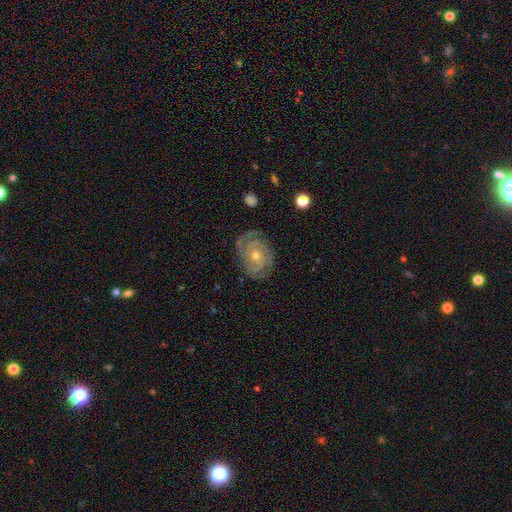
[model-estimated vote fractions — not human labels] This is clearly a featured or disk galaxy (86%). It is clearly not viewed edge-on (97%). Bar: likely no (73%). Spiral arm pattern: clearly yes (97%). Spiral arm count: marginally 2 (40%). Spiral winding: likely tight (75%). Central bulge: possibly moderate (54%). Merging: clearly none (81%).